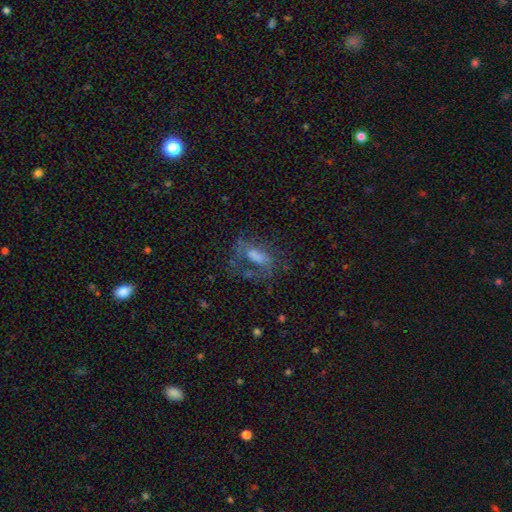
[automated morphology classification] Smooth or featured?
  - featured or disk: 50% *
  - smooth: 34%
  - star or artifact: 17%
Merging?
  - none: 45% *
  - major disturbance: 31%
  - minor disturbance: 20%
  - merger: 3%